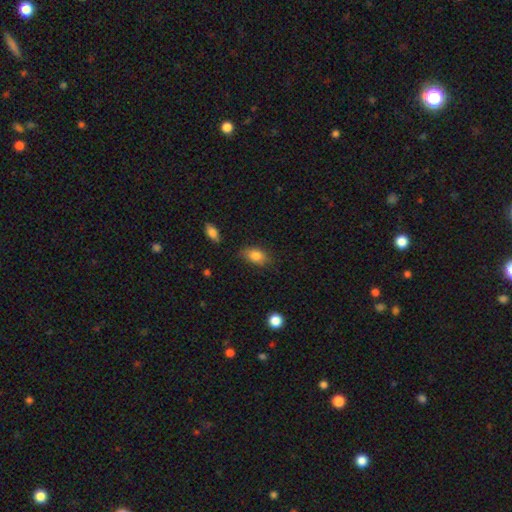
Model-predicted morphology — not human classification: A smooth galaxy with no disk features (84%) that is in between round and cigar-shaped (86%).

Vote fractions:
- Smooth or featured? smooth: 84% / star or artifact: 8% / featured or disk: 8%
- How rounded? in between: 86% / round: 11% / cigar-shaped: 3%
- Merging? none: 76% / minor disturbance: 18% / major disturbance: 4% / merger: 2%